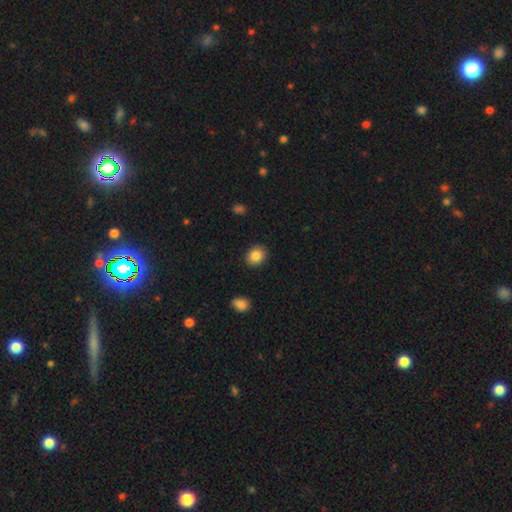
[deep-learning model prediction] smooth 86%, star or artifact 9%, featured or disk 6%. Down the decision tree: how rounded — round (59%); merging — none (90%).